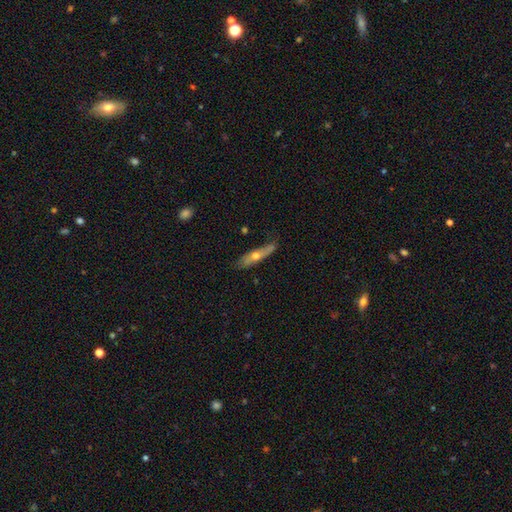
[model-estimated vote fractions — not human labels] A featured or disk galaxy (51%) viewed edge-on (76%). Merging: none (71%).